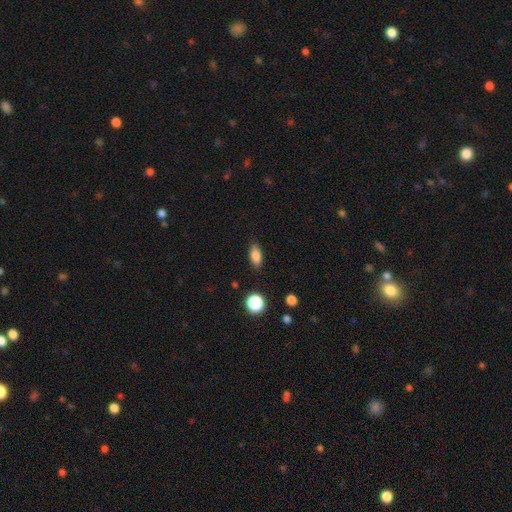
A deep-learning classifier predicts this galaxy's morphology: This appears to be a smooth galaxy with no disk features (85%) that is in between round and cigar-shaped (85%). Merging: none (86%).